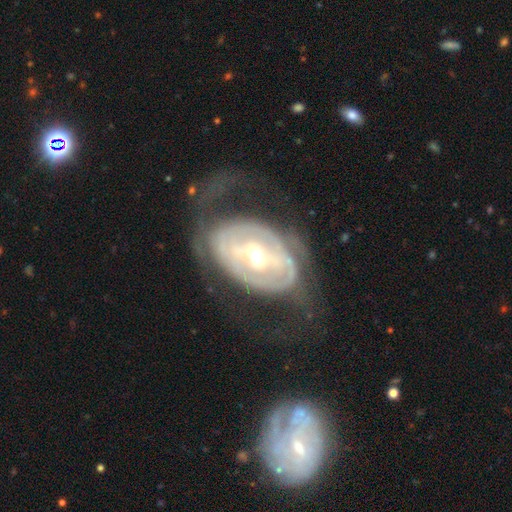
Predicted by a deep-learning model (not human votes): smooth_or_featured: featured or disk (p=0.84) [alt: smooth p=0.11]
disk_edge_on: no (p=0.95) [alt: yes p=0.05]
bar: weak (p=0.38) [alt: strong p=0.37]
has_spiral_arms: yes (p=0.73) [alt: no p=0.27]
spiral_winding: tight (p=0.52) [alt: medium p=0.30]
spiral_arm_count: 2 (p=0.47) [alt: can't tell p=0.35]
bulge_size: moderate (p=0.65) [alt: small p=0.27]
merging: none (p=0.49) [alt: major disturbance p=0.30]